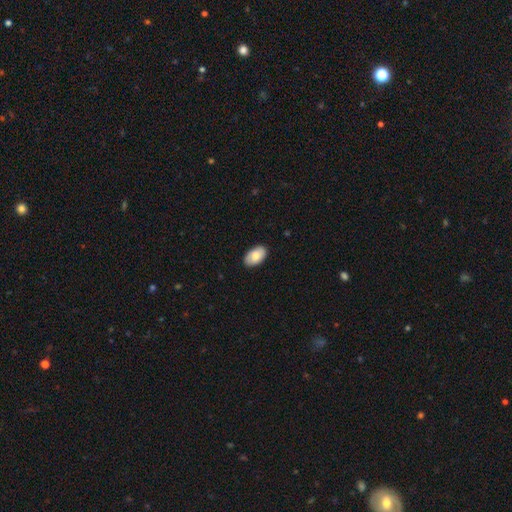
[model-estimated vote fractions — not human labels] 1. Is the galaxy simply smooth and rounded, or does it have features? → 82% smooth, 12% featured or disk, 6% star or artifact.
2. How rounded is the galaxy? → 94% in between, 4% round, 1% cigar-shaped.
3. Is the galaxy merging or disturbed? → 88% none, 9% minor disturbance, 2% major disturbance, 1% merger.